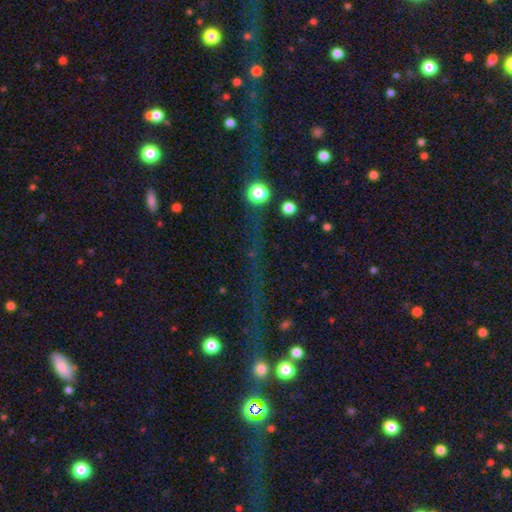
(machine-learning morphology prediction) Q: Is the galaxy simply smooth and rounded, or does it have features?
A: star or artifact — 72%.